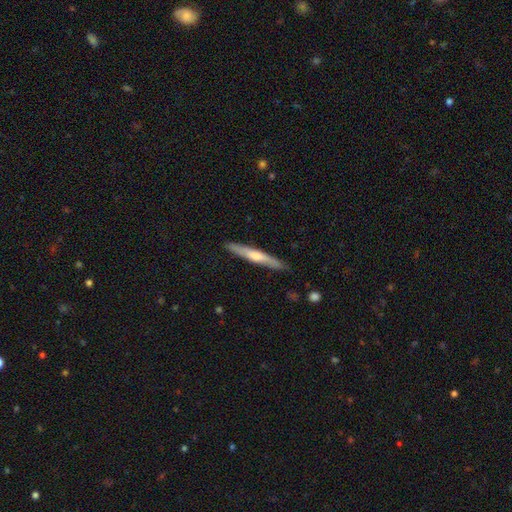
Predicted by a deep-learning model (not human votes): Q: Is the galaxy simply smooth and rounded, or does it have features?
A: featured or disk — 50%.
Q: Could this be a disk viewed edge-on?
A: yes — 94%.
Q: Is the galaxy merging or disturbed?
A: none — 88%.